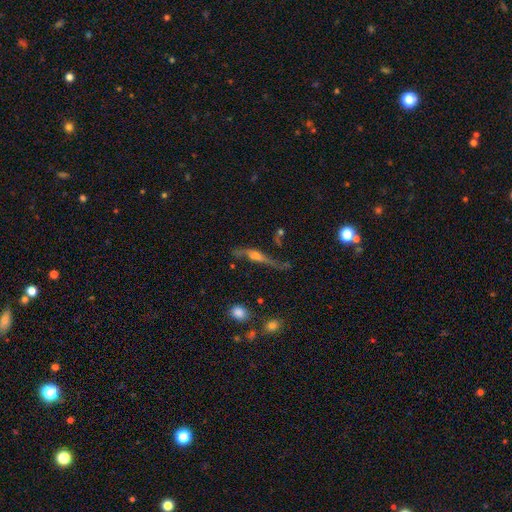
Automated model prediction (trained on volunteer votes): A featured or disk galaxy (66%) viewed edge-on (67%).

Vote fractions:
- Smooth or featured? featured or disk: 66% / smooth: 23% / star or artifact: 11%
- Edge-on disk? yes: 67% / no: 33%
- Merging? none: 46% / major disturbance: 24% / minor disturbance: 23% / merger: 7%